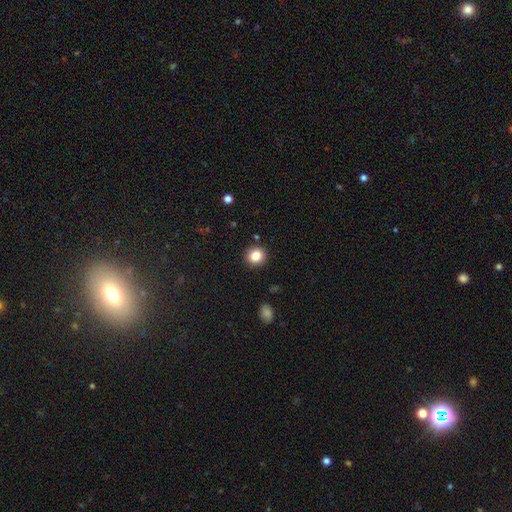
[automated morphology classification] type=smooth (84%); roundness=round (89%); merging=none (90%).